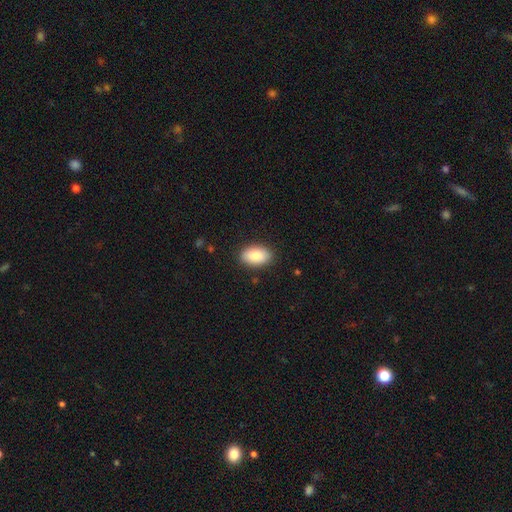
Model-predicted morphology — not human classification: The model was most divided on "smooth or featured": smooth: 86%, featured or disk: 8%, star or artifact: 6%. More confident: how rounded — in between (92%); merging — none (88%).